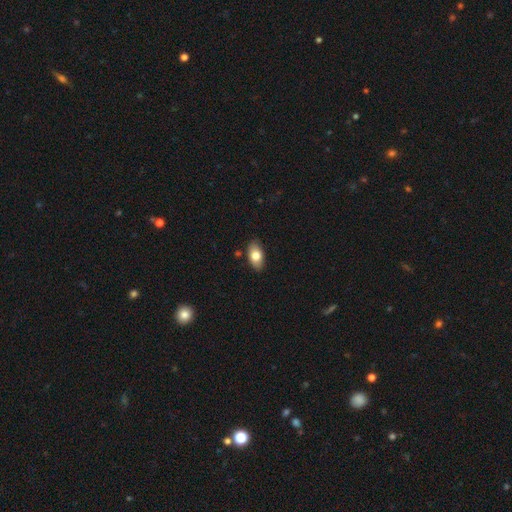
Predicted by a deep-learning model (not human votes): A smooth galaxy with no disk features (79%) that is in between round and cigar-shaped (92%). Merging: none (85%).